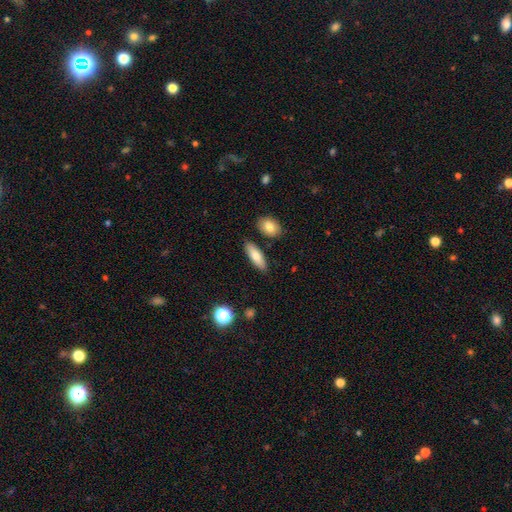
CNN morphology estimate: This is likely a smooth galaxy (74%). How rounded: possibly in between (57%). Merging: clearly none (83%).